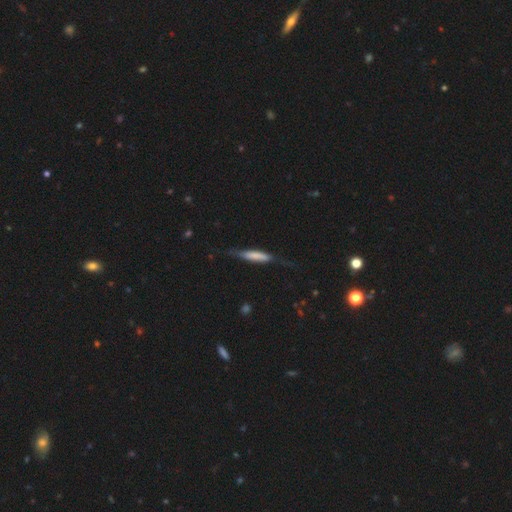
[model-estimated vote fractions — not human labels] Q: Smooth or featured?
A: smooth (61%); runner-up: featured or disk (33%)
Q: How rounded?
A: cigar-shaped (84%); runner-up: in between (14%)
Q: Merging?
A: none (59%); runner-up: minor disturbance (27%)